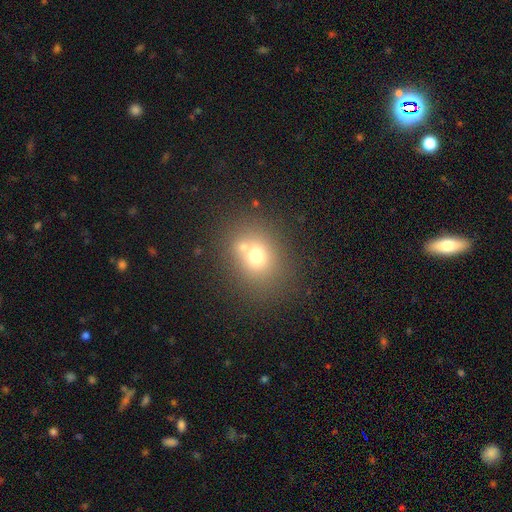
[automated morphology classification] smooth 66%, featured or disk 18%, star or artifact 16%. Down the decision tree: how rounded — round (63%); merging — none (54%).